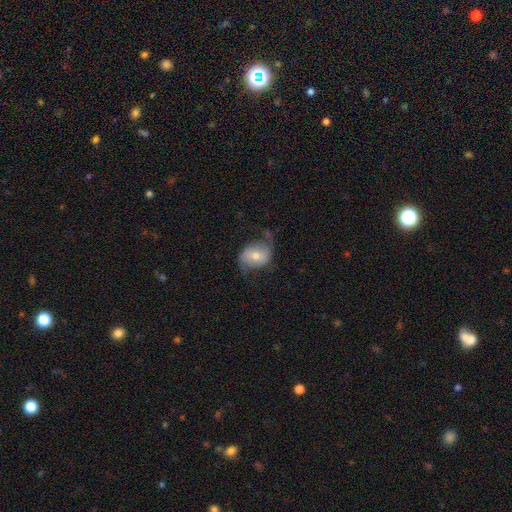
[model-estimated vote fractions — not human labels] Smooth or featured? featured or disk (64%)
Edge-on disk? no (96%)
Bar? no (44%)
Spiral arms? yes (86%)
Spiral winding? loose (68%)
Spiral arm count? 2 (88%)
Bulge size? moderate (59%)
Merging? none (59%)